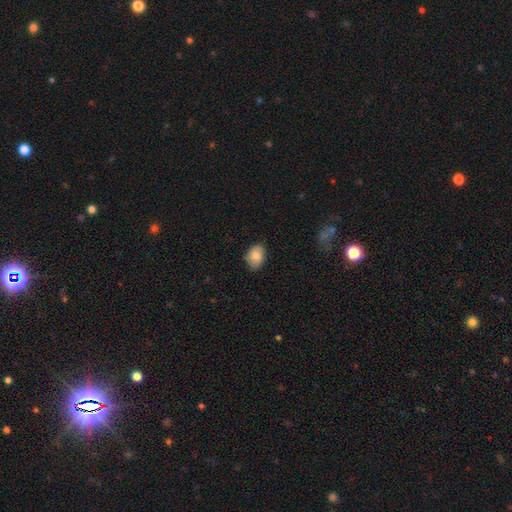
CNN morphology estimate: Smooth or featured? smooth (79%)
How rounded? in between (76%)
Merging? none (75%)